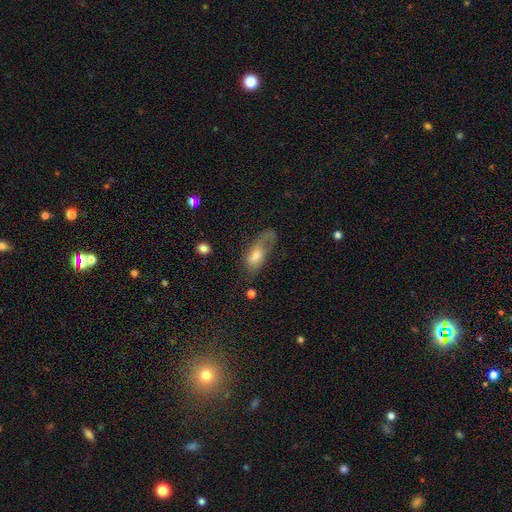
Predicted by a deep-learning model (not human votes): Smooth or featured?
  - smooth: 51% *
  - featured or disk: 39%
  - star or artifact: 10%
How rounded?
  - in between: 79% *
  - cigar-shaped: 15%
  - round: 6%
Merging?
  - major disturbance: 36% *
  - none: 34%
  - minor disturbance: 26%
  - merger: 4%